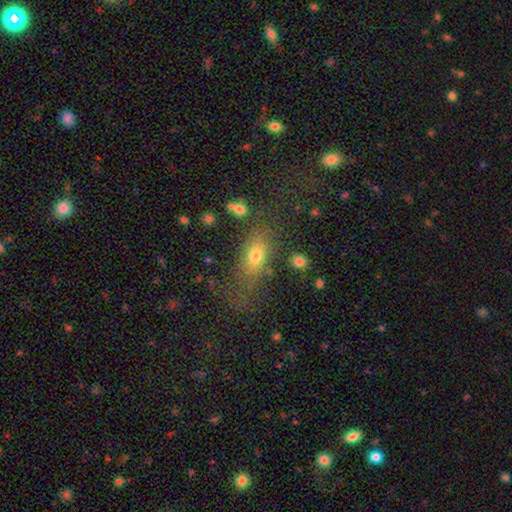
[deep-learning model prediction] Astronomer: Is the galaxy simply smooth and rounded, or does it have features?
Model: smooth — 69%.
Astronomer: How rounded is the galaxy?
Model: in between — 74%.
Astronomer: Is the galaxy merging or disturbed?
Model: none — 57%.